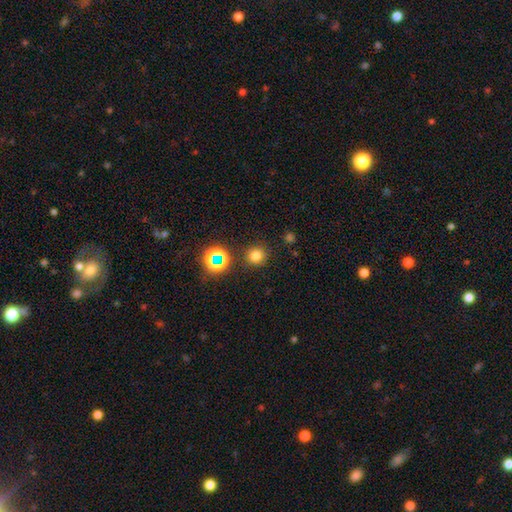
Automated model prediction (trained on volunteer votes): Overall: smooth (74%). How rounded: round (92%). Merging: none (87%).